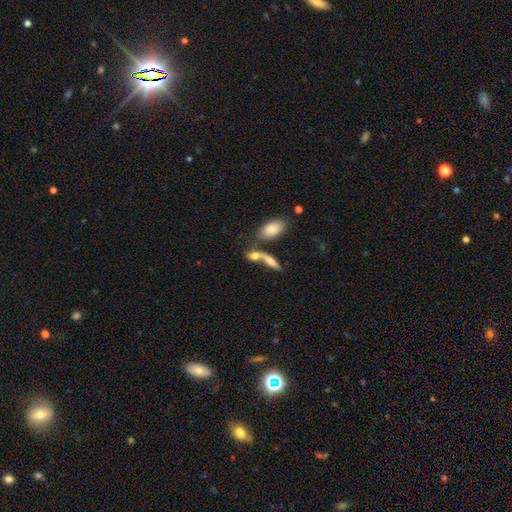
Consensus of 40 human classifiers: Smooth or featured? smooth (70%)
How rounded? in between (64%)
Merging? merger (68%)